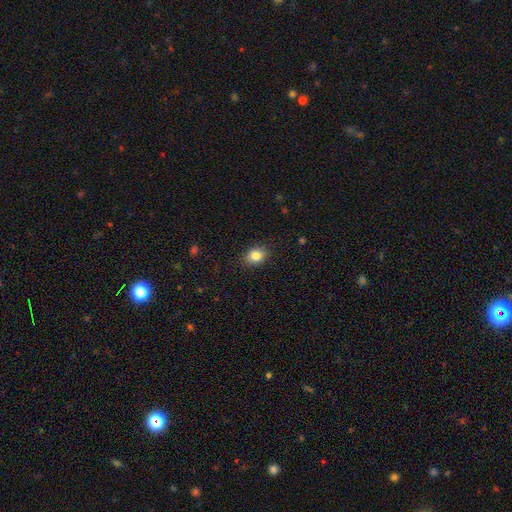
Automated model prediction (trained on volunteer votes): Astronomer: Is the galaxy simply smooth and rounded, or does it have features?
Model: smooth — 84%.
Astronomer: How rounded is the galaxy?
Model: in between — 59% (runner-up: round, 39%).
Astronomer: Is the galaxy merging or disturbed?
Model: none — 88%.